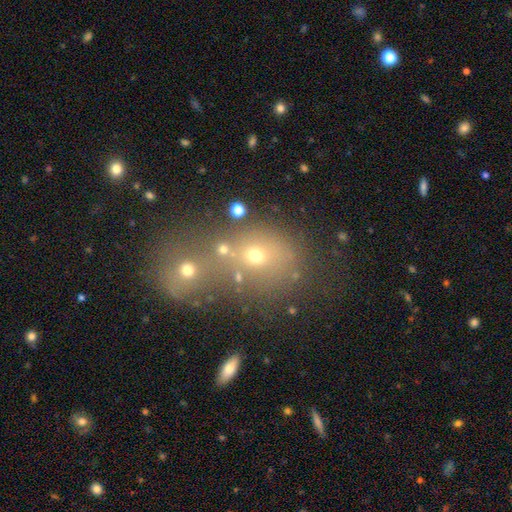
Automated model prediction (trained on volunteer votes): Smooth or featured? smooth (60%)
How rounded? round (67%)
Merging? merger (48%)